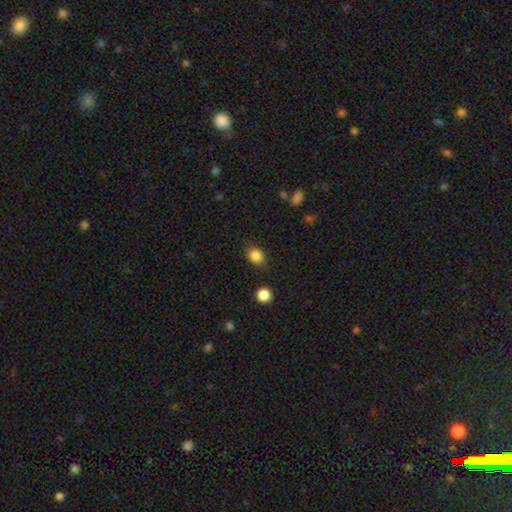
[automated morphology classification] Smooth or featured: smooth — 85% (star or artifact — 11%)
How rounded: round — 50% (in between — 49%)
Merging: none — 83% (minor disturbance — 12%)